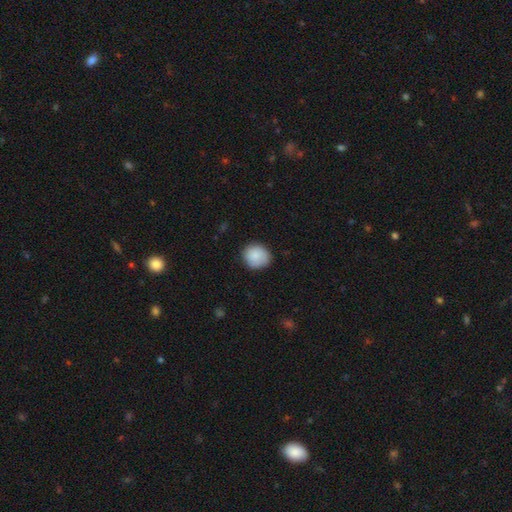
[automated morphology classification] Q: Smooth or featured?
A: smooth (87%); runner-up: star or artifact (7%)
Q: How rounded?
A: round (83%); runner-up: in between (16%)
Q: Merging?
A: none (83%); runner-up: minor disturbance (13%)